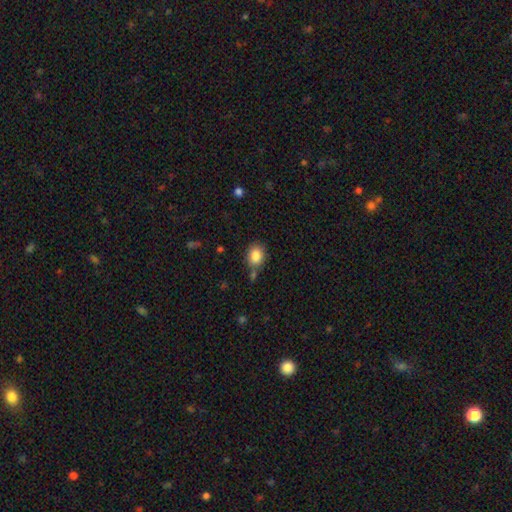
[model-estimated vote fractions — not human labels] smooth-or-featured: smooth: 84% | star or artifact: 9% | featured or disk: 7%
  how-rounded: in between: 50% | round: 49% | cigar-shaped: 1%
  merging: none: 72% | minor disturbance: 15% | merger: 10% | major disturbance: 4%